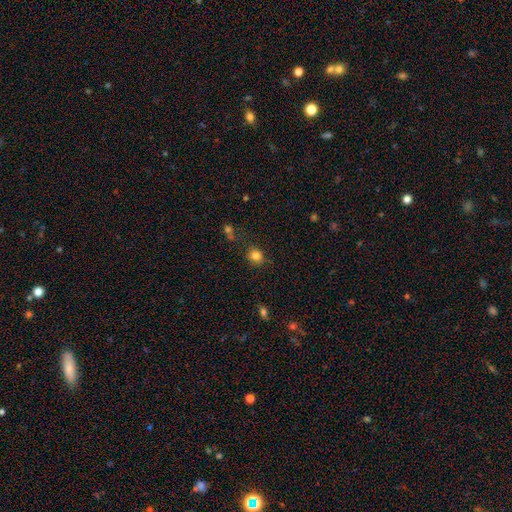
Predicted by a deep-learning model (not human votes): The model was most divided on "how rounded": round: 81%, in between: 18%, cigar-shaped: 1%. More confident: smooth or featured — smooth (83%); merging — none (80%).